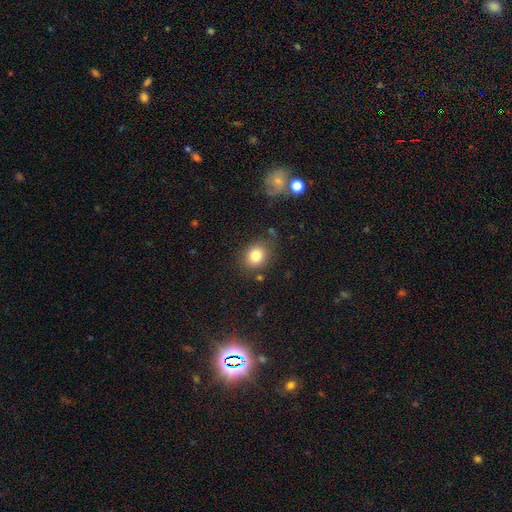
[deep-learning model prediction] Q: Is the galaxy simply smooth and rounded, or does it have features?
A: smooth — 83%.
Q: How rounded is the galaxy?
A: round — 64%.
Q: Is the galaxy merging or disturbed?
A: none — 79%.